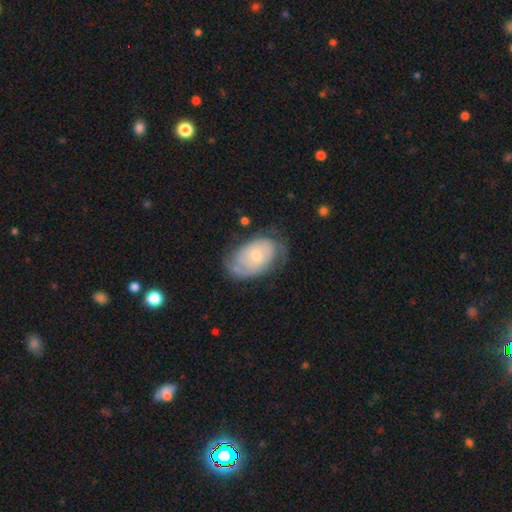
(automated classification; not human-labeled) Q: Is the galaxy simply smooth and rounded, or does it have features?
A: featured or disk — 66%.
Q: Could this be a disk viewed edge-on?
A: no — 96%.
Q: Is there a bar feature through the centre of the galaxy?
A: no — 77%.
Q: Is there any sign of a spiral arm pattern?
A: yes — 81%.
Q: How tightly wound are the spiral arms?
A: tight — 54%.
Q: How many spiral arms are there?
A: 2 — 45%.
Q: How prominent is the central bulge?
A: small — 59%.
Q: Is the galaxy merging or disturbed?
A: none — 57%.